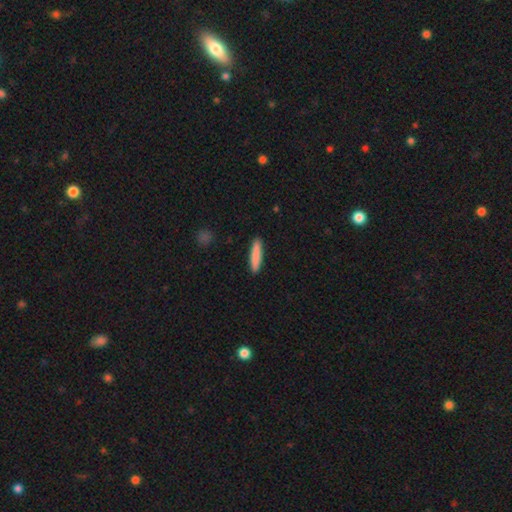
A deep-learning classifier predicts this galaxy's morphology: Overall: smooth (85%). How rounded: cigar-shaped (88%). Merging: none (91%).